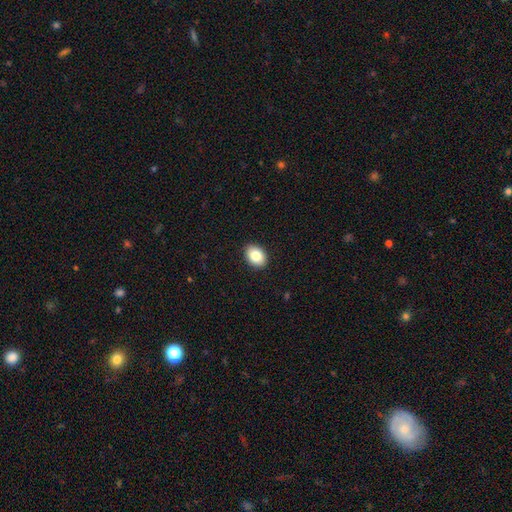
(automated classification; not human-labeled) Smooth or featured? smooth (84%)
How rounded? in between (76%)
Merging? none (90%)